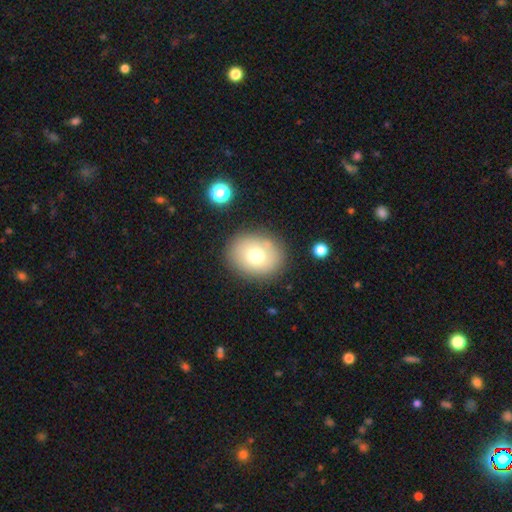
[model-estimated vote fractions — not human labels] Morphology: type=smooth (72%); roundness=round (59%); merging=none (83%).